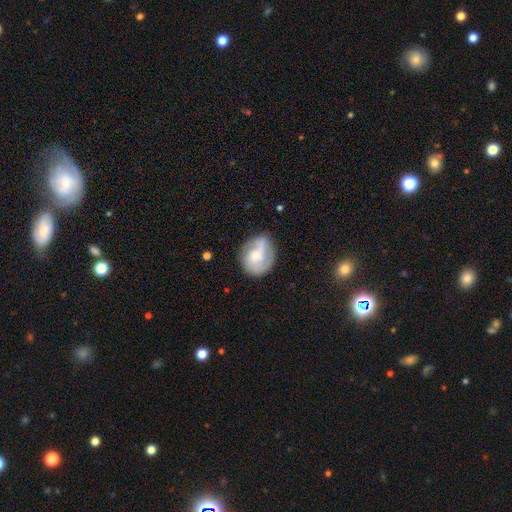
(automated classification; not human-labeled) smooth-or-featured: featured or disk: 63% | smooth: 31% | star or artifact: 7%
  disk-edge-on: no: 97% | yes: 3%
    bar: no: 54% | weak: 37% | strong: 9%
    has-spiral-arms: yes: 86% | no: 14%
      spiral-winding: medium: 44% | tight: 28% | loose: 28%
      spiral-arm-count: 2: 60% | can't tell: 16% | 1: 11% | 3: 9% | 4: 2% | more than 4: 2%
    bulge-size: small: 50% | moderate: 42% | none: 4% | large: 4% | dominant: 1%
  merging: none: 65% | minor disturbance: 22% | major disturbance: 10% | merger: 3%